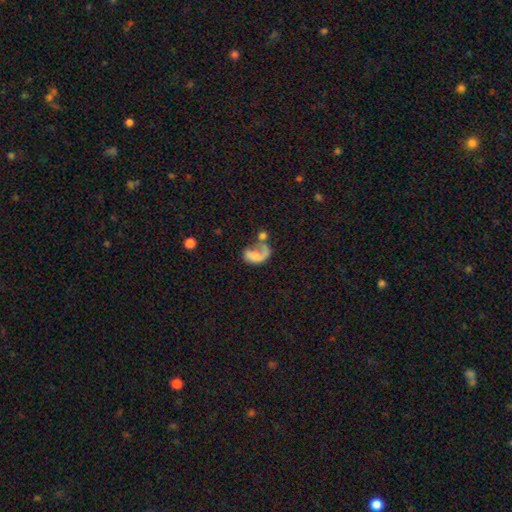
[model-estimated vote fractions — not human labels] The model was most divided on "smooth or featured": featured or disk: 47%, smooth: 43%, star or artifact: 10%. Remaining: merging — major disturbance (38%).